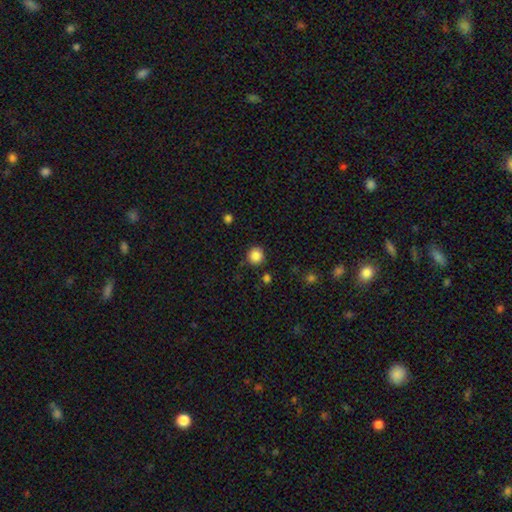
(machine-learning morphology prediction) Smooth or featured: smooth — 86% (star or artifact — 10%)
How rounded: round — 92% (in between — 7%)
Merging: none — 87% (minor disturbance — 8%)